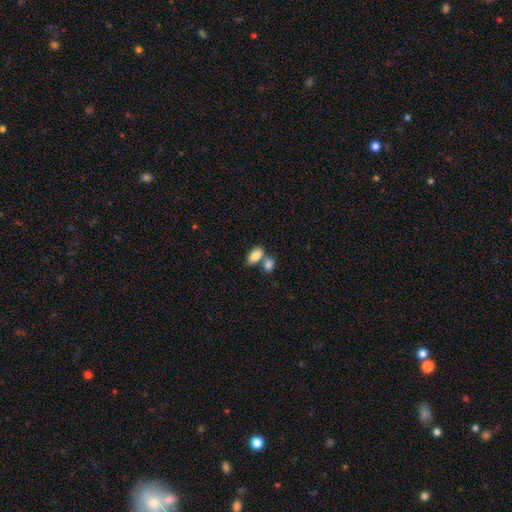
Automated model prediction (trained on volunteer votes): This is clearly a smooth galaxy (85%). How rounded: clearly in between (91%). Merging: possibly merger (46%).